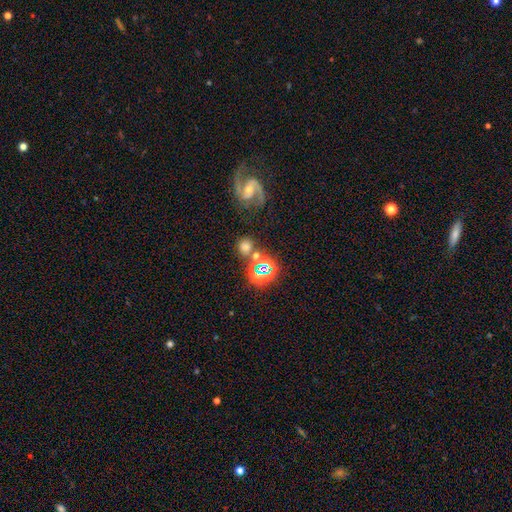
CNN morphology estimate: Smooth or featured: smooth — 48% (star or artifact — 36%)
Merging: none — 66% (merger — 16%)